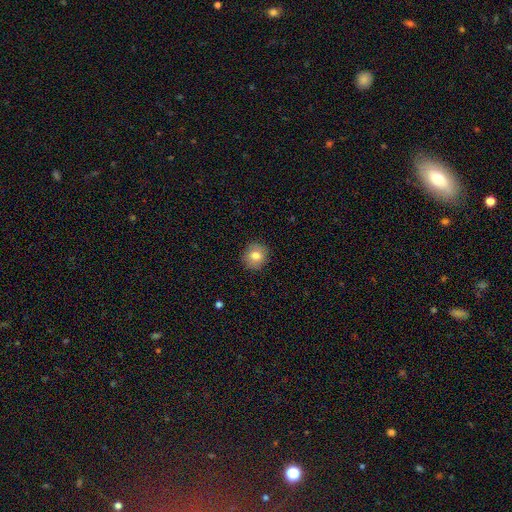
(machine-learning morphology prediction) Smooth or featured: smooth — 80% (featured or disk — 10%)
How rounded: round — 86% (in between — 13%)
Merging: none — 90% (minor disturbance — 7%)